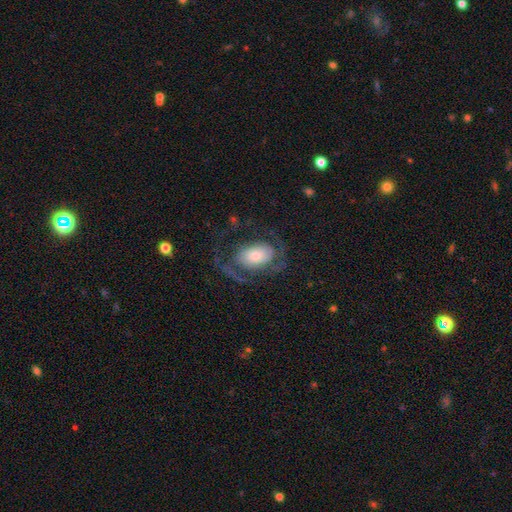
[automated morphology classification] Overall: featured or disk (68%). Edge-on disk: no (96%). Bar: no (68%). Spiral arms: yes (88%). Spiral arm count: 2 (74%). Spiral winding: medium (45%; loose 33%). Bulge size: large (33%; moderate 26%). Merging: none (54%; major disturbance 27%).